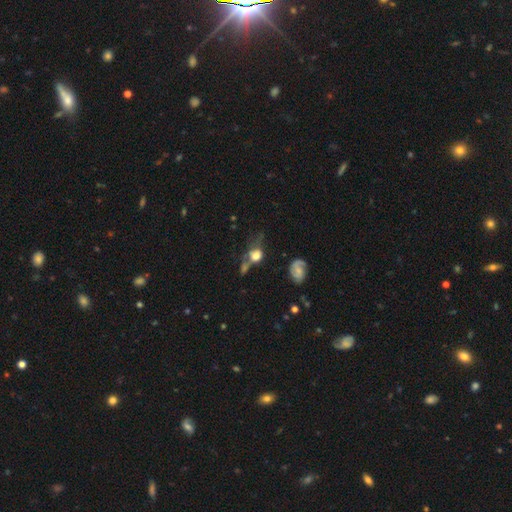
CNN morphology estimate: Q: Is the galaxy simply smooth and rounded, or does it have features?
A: smooth — 54%.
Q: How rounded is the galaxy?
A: round — 51%.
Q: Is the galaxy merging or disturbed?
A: none — 30%.